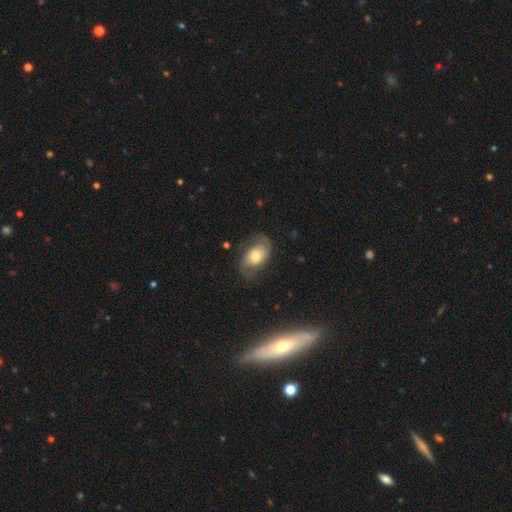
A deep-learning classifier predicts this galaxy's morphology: type=featured or disk (70%); edge-on=no (96%); bar=no (65%); spiral arms=yes (91%); winding=medium (44%); arm count=2 (88%); bulge=moderate (55%); merging=none (69%).